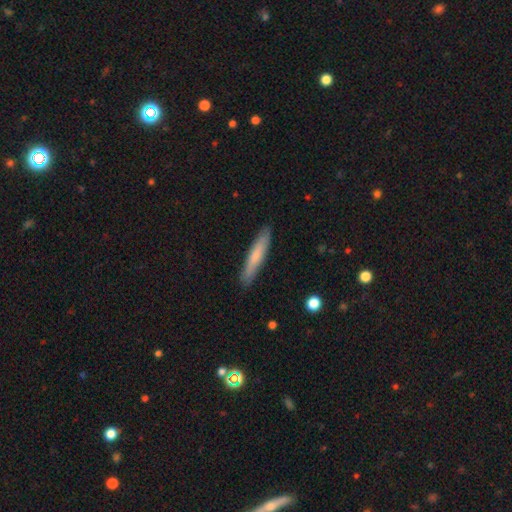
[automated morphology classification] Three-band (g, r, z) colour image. It shows a smooth galaxy with no disk features (68%) that is cigar-shaped (93%). Merging: none (90%).